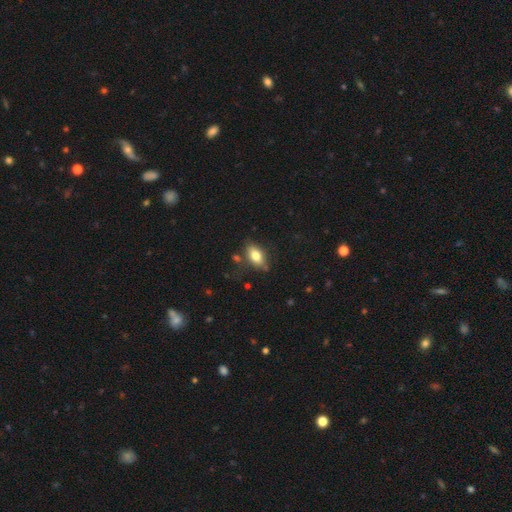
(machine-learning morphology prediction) smooth-or-featured: smooth: 76% | featured or disk: 16% | star or artifact: 8%
  how-rounded: in between: 87% | cigar-shaped: 7% | round: 5%
  merging: none: 72% | minor disturbance: 19% | major disturbance: 5% | merger: 5%